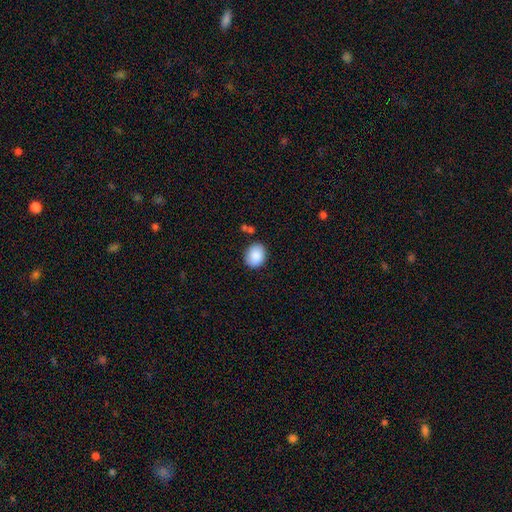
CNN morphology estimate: A smooth galaxy with no disk features (89%) that is round (50%). Merging: none (83%).